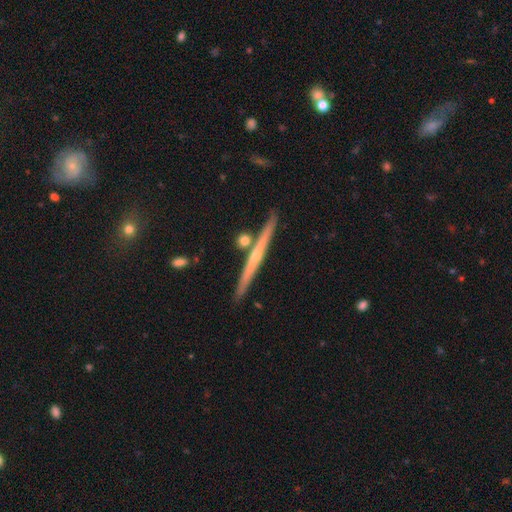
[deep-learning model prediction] smooth_or_featured: featured or disk (p=0.72) [alt: smooth p=0.22]
disk_edge_on: yes (p=0.98) [alt: no p=0.02]
edge_on_bulge: rounded (p=0.63) [alt: none p=0.33]
merging: none (p=0.85) [alt: minor disturbance p=0.08]